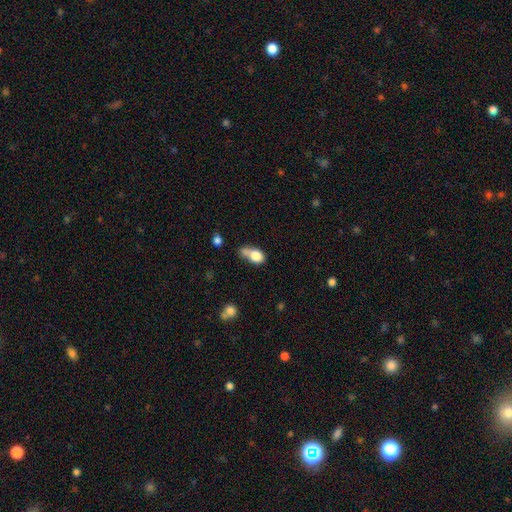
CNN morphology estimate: smooth 78%, featured or disk 13%, star or artifact 9%. Down the decision tree: how rounded — in between (70%); merging — merger (42%).